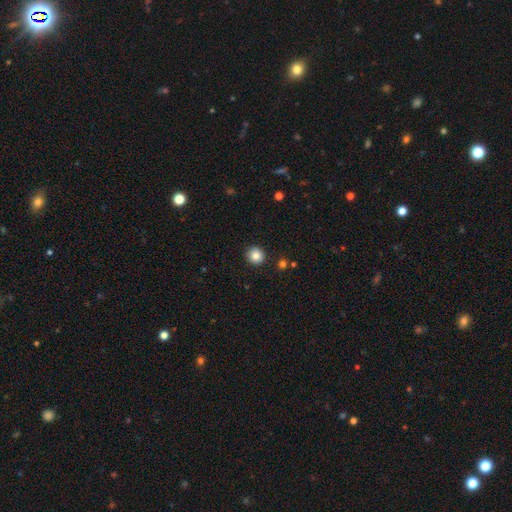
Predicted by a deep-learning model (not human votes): smooth-or-featured: smooth: 85% | star or artifact: 10% | featured or disk: 5%
  how-rounded: round: 92% | in between: 8% | cigar-shaped: 1%
  merging: none: 91% | minor disturbance: 5% | major disturbance: 2% | merger: 2%